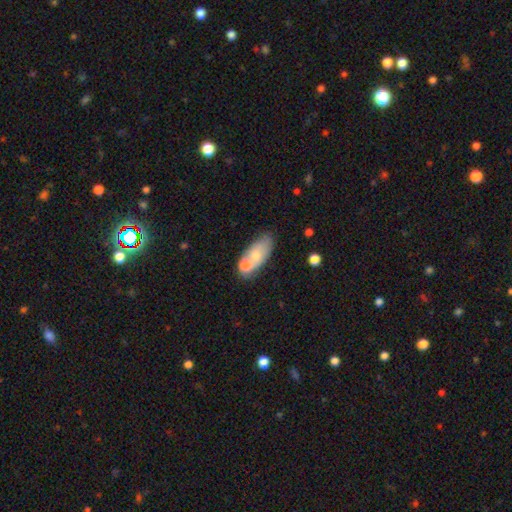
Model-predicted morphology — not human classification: The model was most divided on "merging": merger: 42%, none: 36%, minor disturbance: 16%, major disturbance: 7%. More confident: how rounded — in between (84%); smooth or featured — smooth (63%).